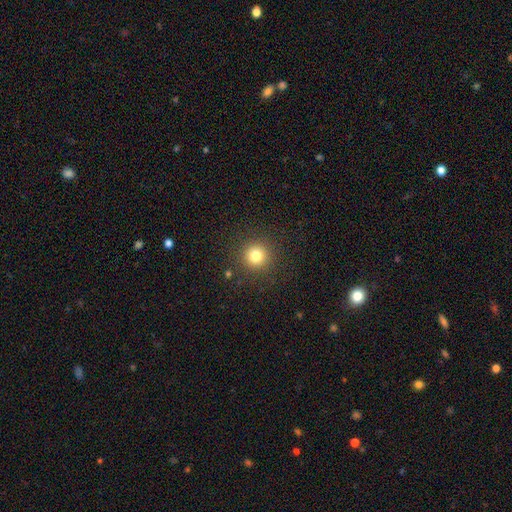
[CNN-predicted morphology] smooth 80%, star or artifact 14%, featured or disk 6%. Down the decision tree: how rounded — round (95%); merging — none (91%).